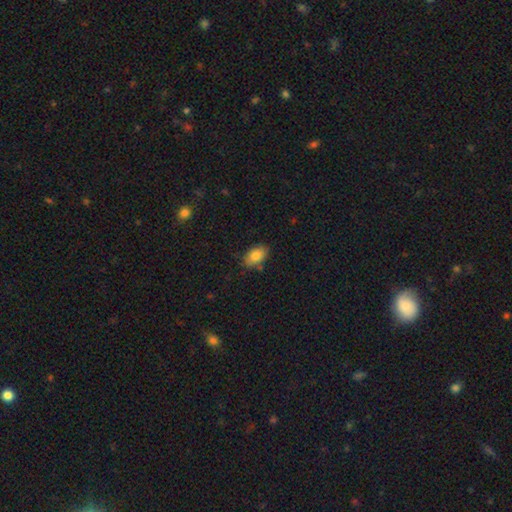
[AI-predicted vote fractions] The model was most divided on "merging": none: 78%, minor disturbance: 16%, major disturbance: 3%, merger: 3%. More confident: how rounded — in between (89%); smooth or featured — smooth (84%).